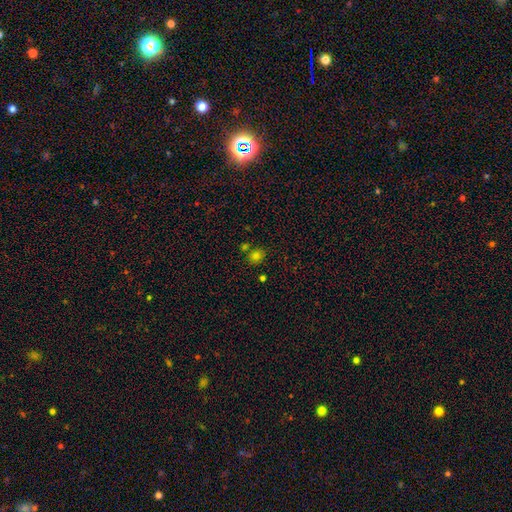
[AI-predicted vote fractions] Smooth or featured?
  - smooth: 75% *
  - star or artifact: 20%
  - featured or disk: 5%
How rounded?
  - round: 73% *
  - in between: 26%
  - cigar-shaped: 1%
Merging?
  - none: 72% *
  - merger: 13%
  - minor disturbance: 11%
  - major disturbance: 3%